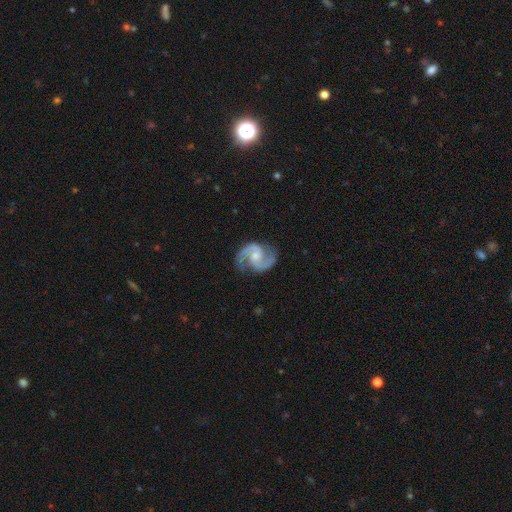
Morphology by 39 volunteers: Smooth or featured? 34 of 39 (87%) said featured or disk. Edge-on disk? 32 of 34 (94%) said no. Bar? 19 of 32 (59%) said no. Spiral arms? 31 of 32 (97%) said yes. Spiral winding? 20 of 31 (65%) said medium. Spiral arm count? 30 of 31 (97%) said 2. Bulge size? 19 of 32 (59%) said moderate. Merging? 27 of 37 (73%) said none.